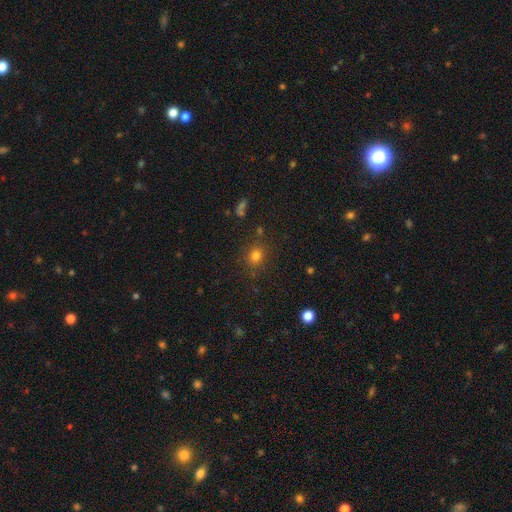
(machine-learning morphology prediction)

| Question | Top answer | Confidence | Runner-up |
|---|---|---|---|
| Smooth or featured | smooth | 78% | star or artifact (16%) |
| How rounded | round | 73% | in between (26%) |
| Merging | none | 82% | minor disturbance (10%) |